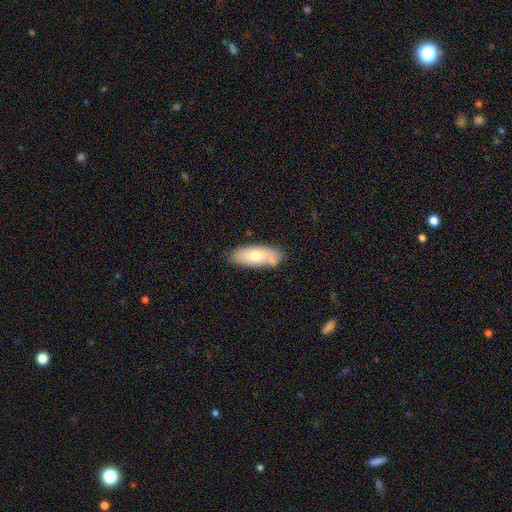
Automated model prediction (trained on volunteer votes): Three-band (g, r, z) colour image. It shows a smooth galaxy with no disk features (68%) that is in between round and cigar-shaped (76%). Merging: none (73%).